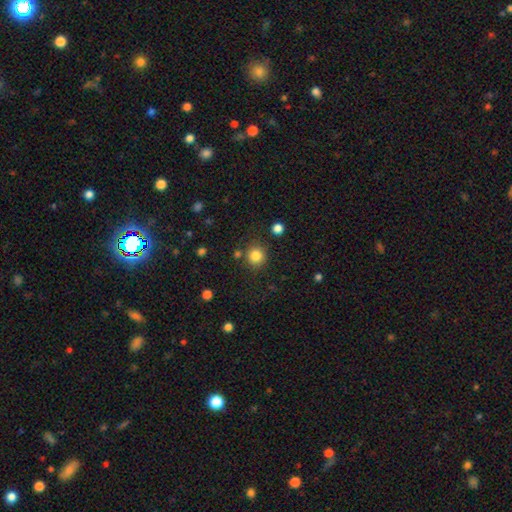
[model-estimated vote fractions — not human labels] A smooth galaxy with no disk features (83%) that is round (90%). Merging: none (83%).